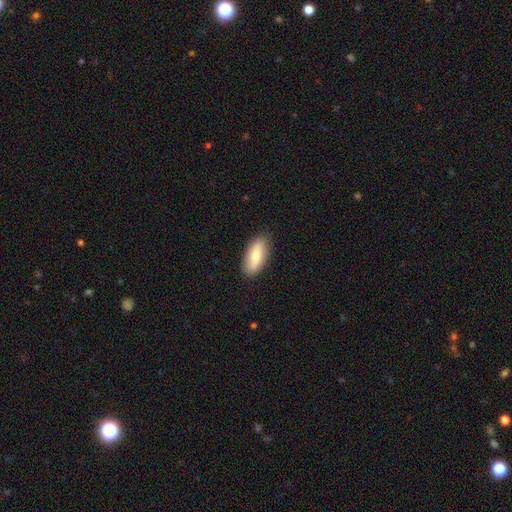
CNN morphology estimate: A smooth galaxy with no disk features (67%) that is in between round and cigar-shaped (82%).

Vote fractions:
- Smooth or featured? smooth: 67% / featured or disk: 28% / star or artifact: 6%
- How rounded? in between: 82% / cigar-shaped: 15% / round: 3%
- Merging? none: 86% / minor disturbance: 11% / major disturbance: 2% / merger: 1%